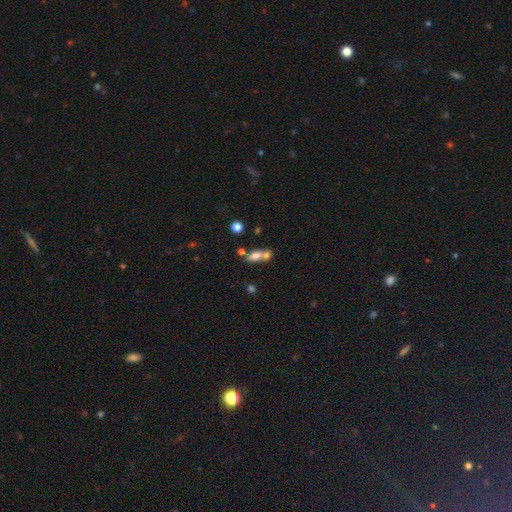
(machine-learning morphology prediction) A smooth galaxy with no disk features (67%) that is in between round and cigar-shaped (67%). Merging: merger (52%).